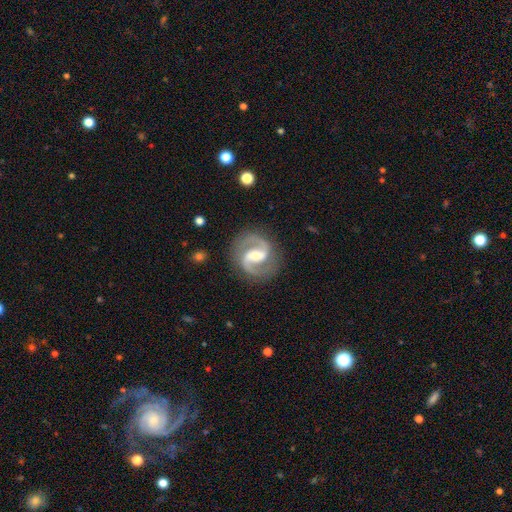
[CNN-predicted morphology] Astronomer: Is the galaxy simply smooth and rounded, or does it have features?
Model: featured or disk — 93%.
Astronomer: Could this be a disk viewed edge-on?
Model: no — 98%.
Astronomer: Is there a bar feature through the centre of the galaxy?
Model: weak — 43% (runner-up: strong, 42%).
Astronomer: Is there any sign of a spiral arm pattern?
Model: yes — 98%.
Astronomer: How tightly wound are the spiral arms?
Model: medium — 65%.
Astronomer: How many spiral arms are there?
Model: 2 — 94%.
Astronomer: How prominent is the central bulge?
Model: moderate — 60%.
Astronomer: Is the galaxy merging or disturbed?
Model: none — 86%.